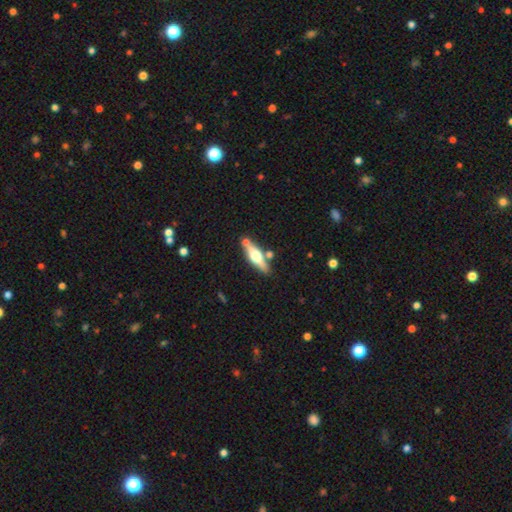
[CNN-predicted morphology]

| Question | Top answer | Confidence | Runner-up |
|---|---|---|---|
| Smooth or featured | featured or disk | 63% | smooth (32%) |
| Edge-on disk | yes | 93% | no (7%) |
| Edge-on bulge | rounded | 95% | boxy (3%) |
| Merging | none | 76% | minor disturbance (11%) |